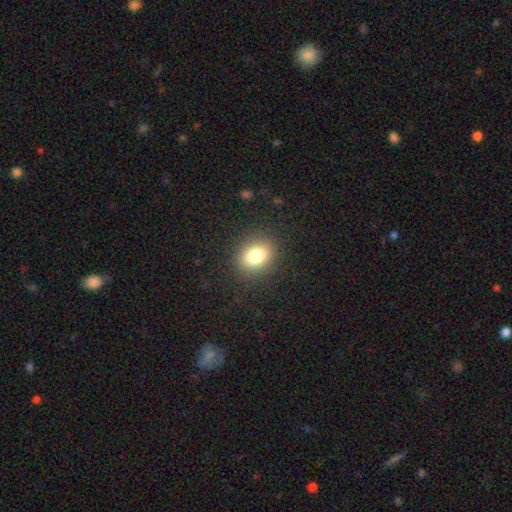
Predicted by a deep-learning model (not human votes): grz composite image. It shows a smooth galaxy with no disk features (80%) that is in between round and cigar-shaped (51%). Merging: none (87%).